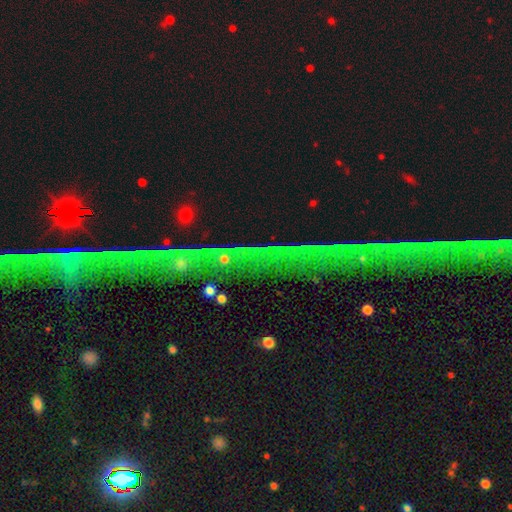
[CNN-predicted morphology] star or artifact 80%, featured or disk 12%, smooth 8%.